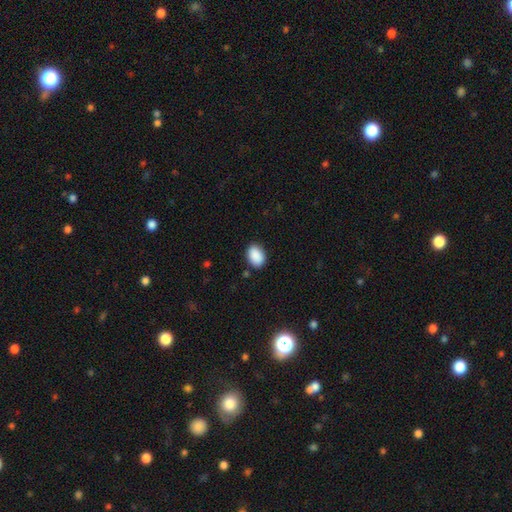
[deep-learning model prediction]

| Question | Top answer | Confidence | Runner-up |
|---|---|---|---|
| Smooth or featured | smooth | 90% | star or artifact (7%) |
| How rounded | in between | 82% | round (17%) |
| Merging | none | 85% | minor disturbance (11%) |